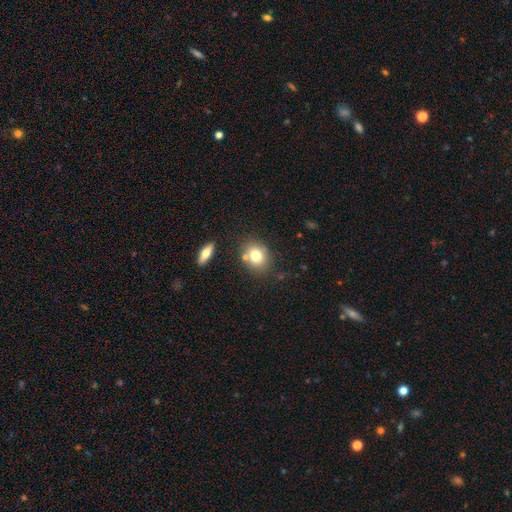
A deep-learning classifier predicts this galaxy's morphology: The model was most divided on "how rounded": round: 57%, in between: 42%, cigar-shaped: 1%. More confident: smooth or featured — smooth (75%); merging — none (70%).